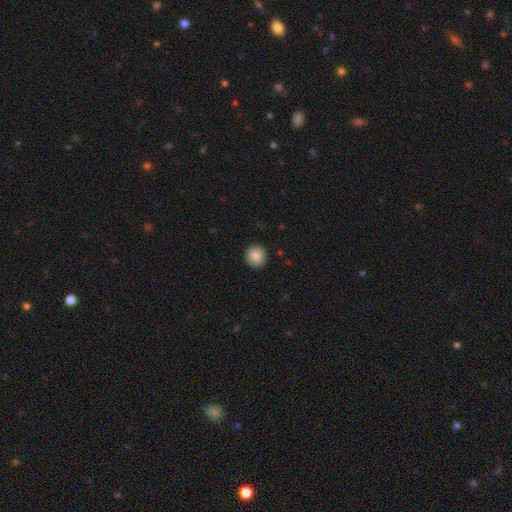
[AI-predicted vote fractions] This appears to be a smooth galaxy with no disk features (87%) that is round (89%). Merging: none (91%).